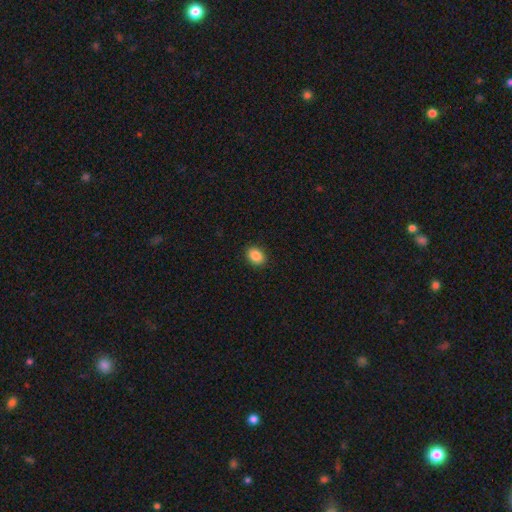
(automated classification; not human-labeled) The model was most divided on "how rounded": in between: 62%, round: 37%, cigar-shaped: 1%. More confident: merging — none (90%); smooth or featured — smooth (87%).